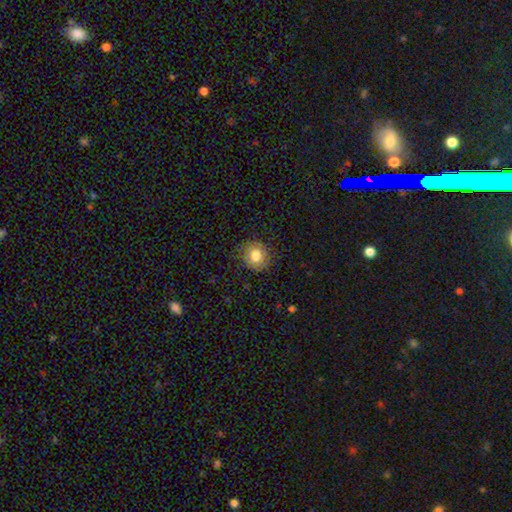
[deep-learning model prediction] smooth_or_featured: smooth (p=0.79) [alt: featured or disk p=0.12]
how_rounded: round (p=0.80) [alt: in between p=0.19]
merging: none (p=0.83) [alt: minor disturbance p=0.13]